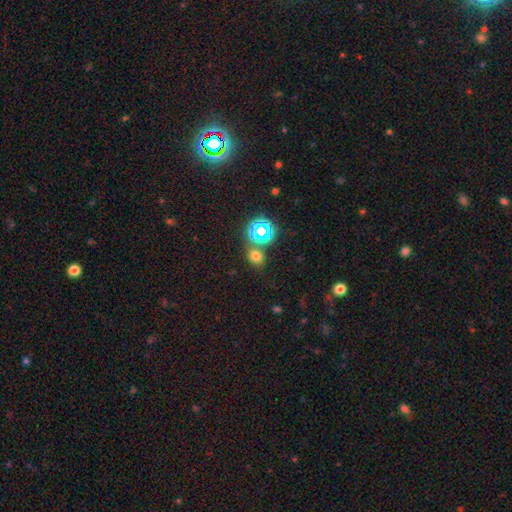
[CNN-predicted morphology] smooth-or-featured: smooth: 65% | star or artifact: 28% | featured or disk: 7%
  how-rounded: round: 60% | in between: 39% | cigar-shaped: 1%
  merging: none: 76% | merger: 11% | minor disturbance: 10% | major disturbance: 4%